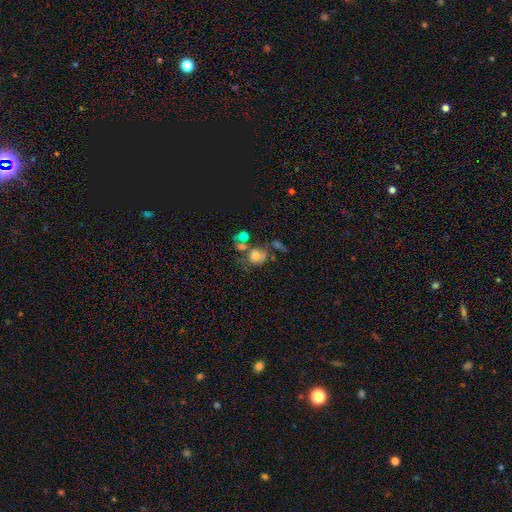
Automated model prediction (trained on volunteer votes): smooth 60%, featured or disk 26%, star or artifact 13%. Down the decision tree: how rounded — round (67%); merging — merger (37%).